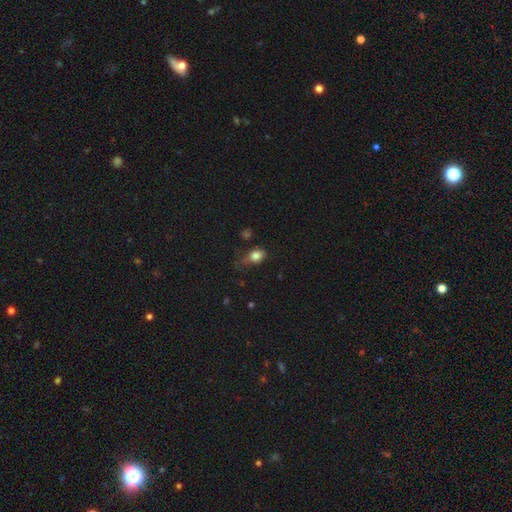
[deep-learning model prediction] Overall: smooth (82%). How rounded: in between (59%; round 39%). Merging: none (46%; minor disturbance 33%).